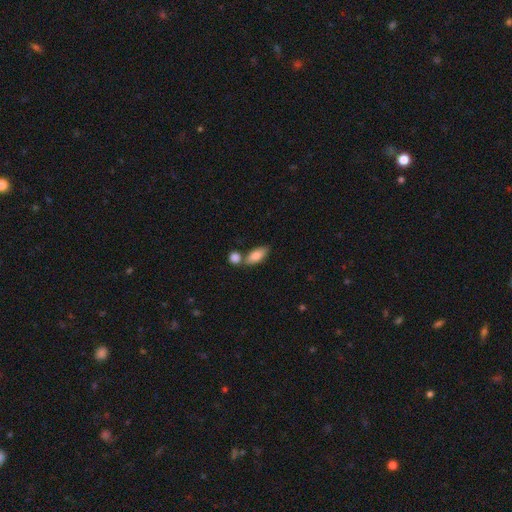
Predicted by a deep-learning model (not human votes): Q: Smooth or featured?
A: smooth (82%); runner-up: featured or disk (12%)
Q: How rounded?
A: in between (84%); runner-up: cigar-shaped (12%)
Q: Merging?
A: none (55%); runner-up: merger (30%)